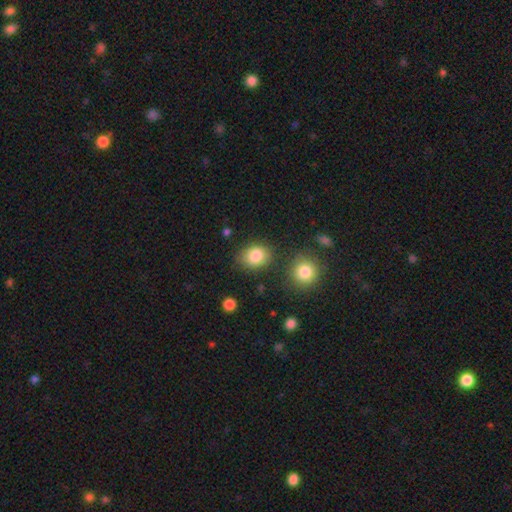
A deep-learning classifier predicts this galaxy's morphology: The model was most divided on "how rounded": in between: 56%, round: 43%, cigar-shaped: 1%. More confident: smooth or featured — smooth (85%); merging — none (75%).